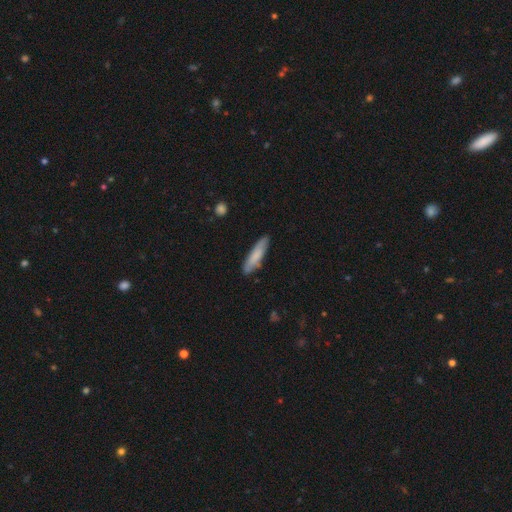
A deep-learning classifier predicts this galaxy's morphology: smooth_or_featured: smooth (p=0.76) [alt: featured or disk p=0.18]
how_rounded: cigar-shaped (p=0.78) [alt: in between p=0.20]
merging: none (p=0.84) [alt: minor disturbance p=0.13]